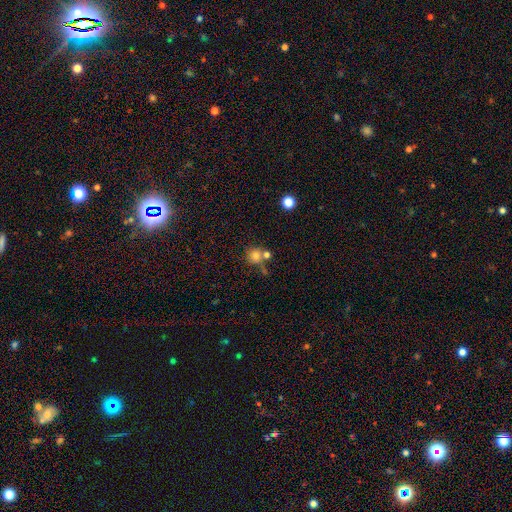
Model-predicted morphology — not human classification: type=smooth (76%); roundness=round (88%); merging=none (55%).